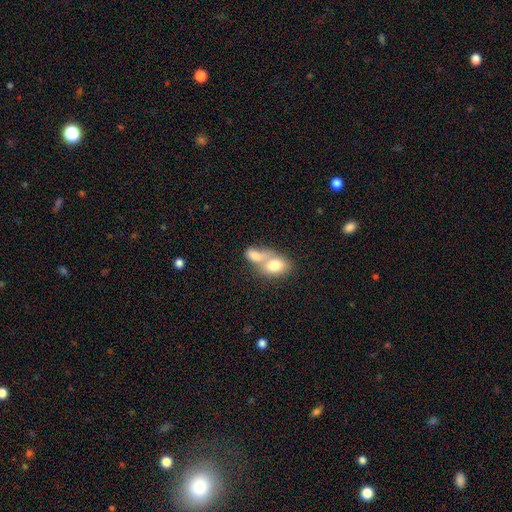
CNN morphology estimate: Smooth or featured? Predicted: smooth (p=0.78). How rounded? Predicted: in between (p=0.79). Merging? Predicted: merger (p=0.72).